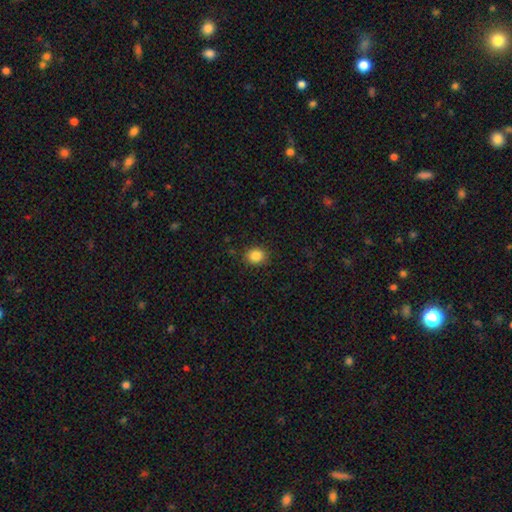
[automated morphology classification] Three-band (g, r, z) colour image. It shows a smooth galaxy with no disk features (85%) that is round (68%). Merging: none (89%).